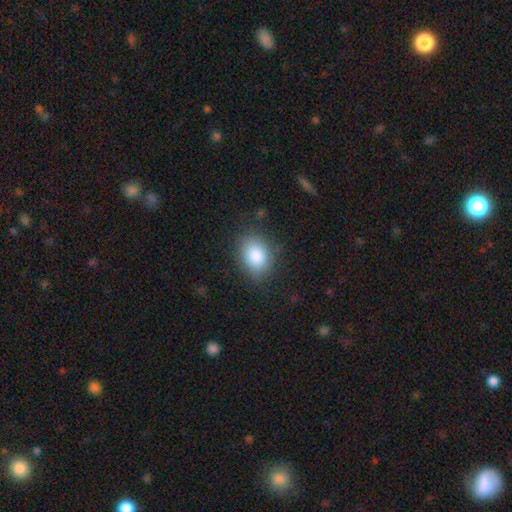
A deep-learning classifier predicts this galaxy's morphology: Overall: smooth (86%). How rounded: in between (73%). Merging: none (81%).